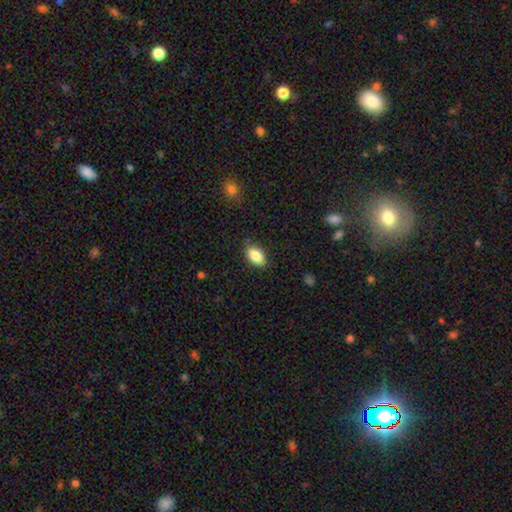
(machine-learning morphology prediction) This appears to be a smooth galaxy with no disk features (86%) that is in between round and cigar-shaped (92%). Merging: none (84%).